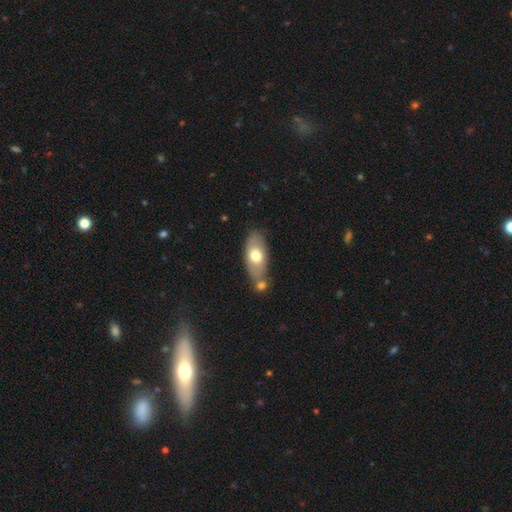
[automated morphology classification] Q: Smooth or featured?
A: smooth (65%); runner-up: featured or disk (29%)
Q: How rounded?
A: in between (87%); runner-up: cigar-shaped (9%)
Q: Merging?
A: none (60%); runner-up: merger (21%)